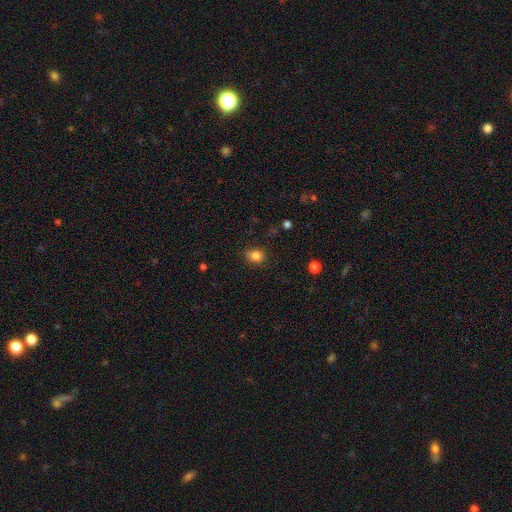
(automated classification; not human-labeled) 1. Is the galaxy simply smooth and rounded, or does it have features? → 84% smooth, 11% star or artifact, 5% featured or disk.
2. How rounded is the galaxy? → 53% round, 46% in between, 1% cigar-shaped.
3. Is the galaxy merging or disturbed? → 85% none, 11% minor disturbance, 3% major disturbance, 1% merger.